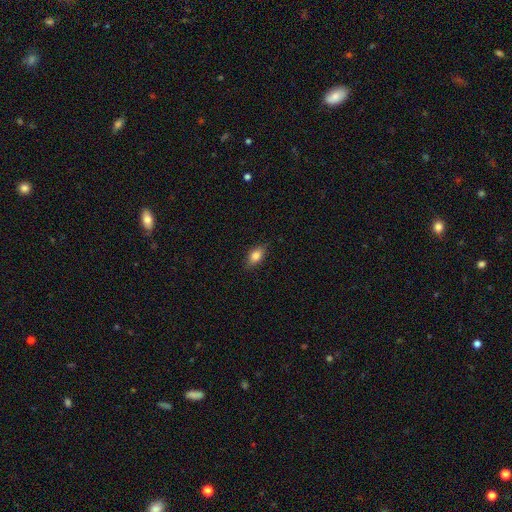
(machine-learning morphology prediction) This appears to be a smooth galaxy with no disk features (82%) that is in between round and cigar-shaped (84%). Merging: none (83%).